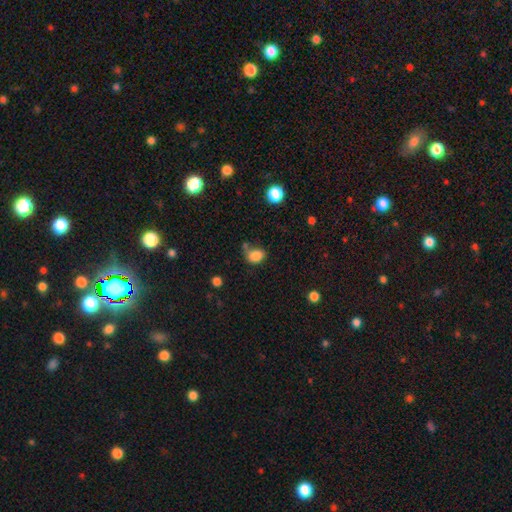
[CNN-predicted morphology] The model was most divided on "how rounded": in between: 62%, round: 36%, cigar-shaped: 1%. More confident: smooth or featured — smooth (83%); merging — none (51%).